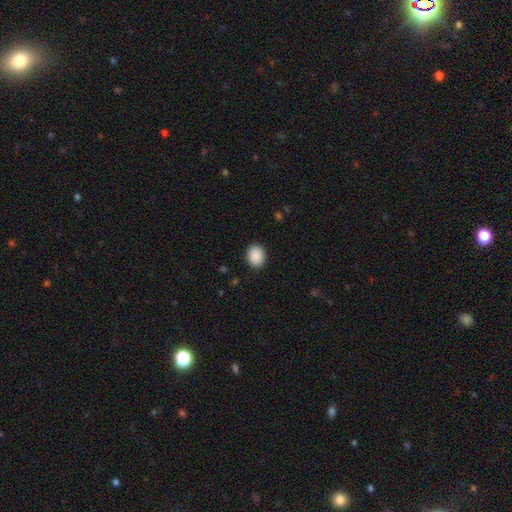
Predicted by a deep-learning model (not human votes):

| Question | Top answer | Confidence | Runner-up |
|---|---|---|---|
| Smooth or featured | smooth | 90% | star or artifact (7%) |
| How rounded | round | 54% | in between (45%) |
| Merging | none | 90% | minor disturbance (7%) |